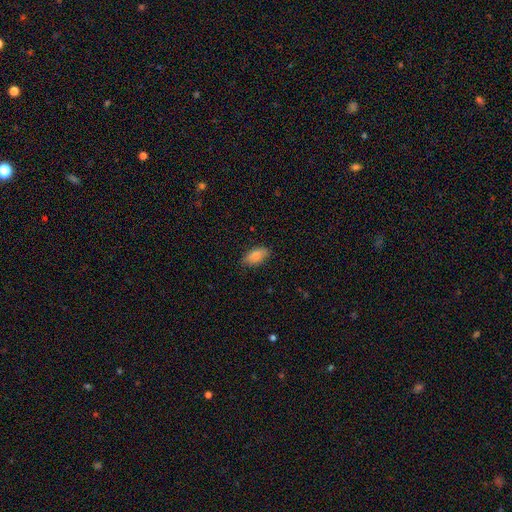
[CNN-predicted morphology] Overall: smooth (87%). How rounded: in between (90%). Merging: none (80%).